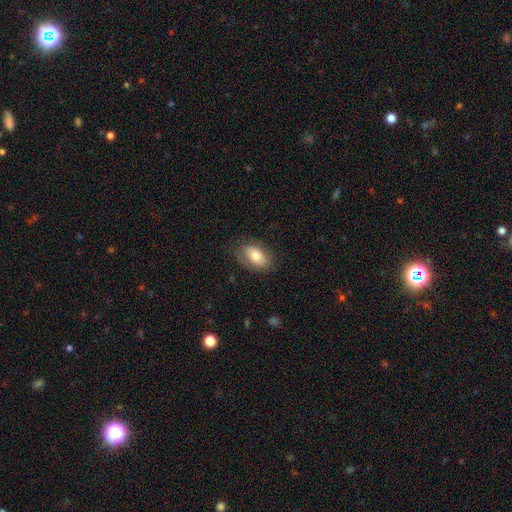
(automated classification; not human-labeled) Smooth or featured? Predicted: smooth (p=0.73). How rounded? Predicted: in between (p=0.90). Merging? Predicted: none (p=0.78).